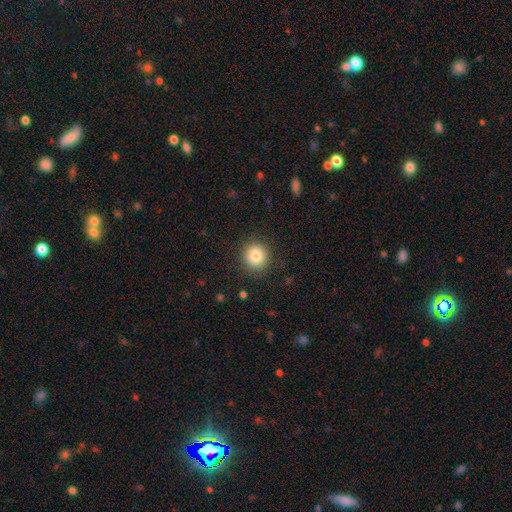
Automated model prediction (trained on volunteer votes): The model was most divided on "smooth or featured": smooth: 83%, star or artifact: 10%, featured or disk: 7%. More confident: how rounded — round (93%); merging — none (90%).